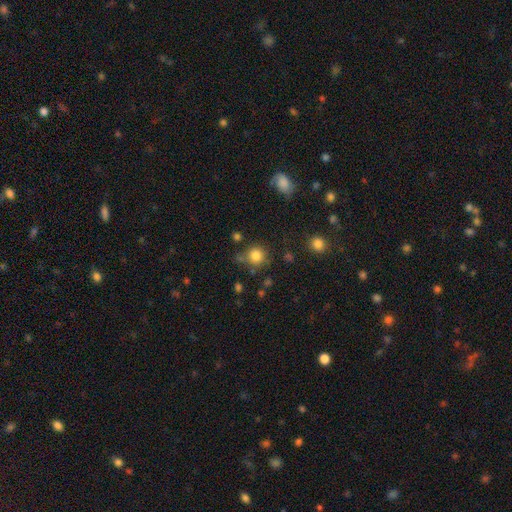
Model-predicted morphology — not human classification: Smooth or featured? smooth (83%)
How rounded? round (90%)
Merging? none (72%)